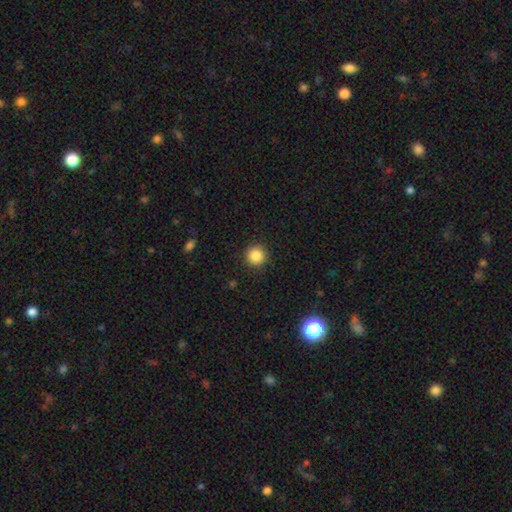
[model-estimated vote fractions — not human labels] Overall: smooth (86%). How rounded: round (95%). Merging: none (91%).